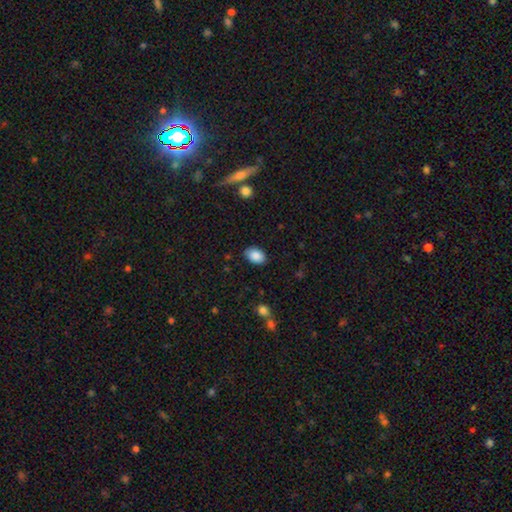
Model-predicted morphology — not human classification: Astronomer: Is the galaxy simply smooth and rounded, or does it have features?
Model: smooth — 89%.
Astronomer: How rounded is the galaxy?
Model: in between — 86%.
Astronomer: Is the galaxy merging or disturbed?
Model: none — 86%.